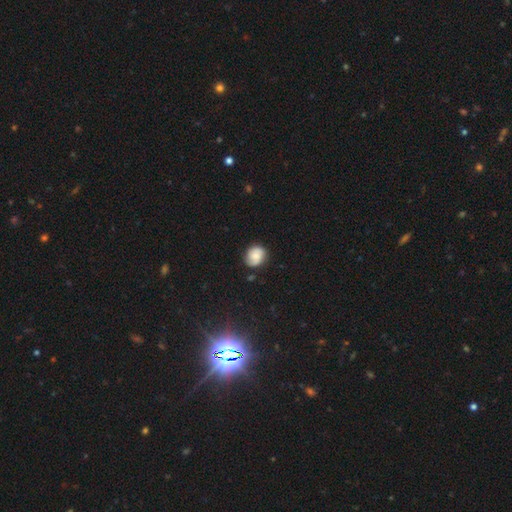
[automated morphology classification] Q: Smooth or featured?
A: smooth (47%); runner-up: featured or disk (44%)
Q: Merging?
A: none (77%); runner-up: minor disturbance (17%)